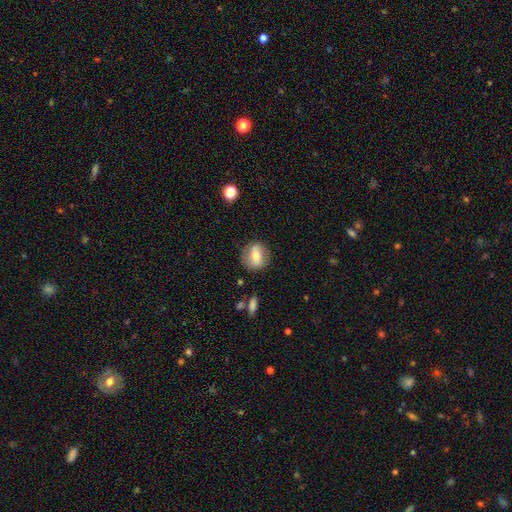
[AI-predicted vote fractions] Smooth or featured? Predicted: smooth (p=0.53). How rounded? Predicted: round (p=0.69). Merging? Predicted: none (p=0.81).